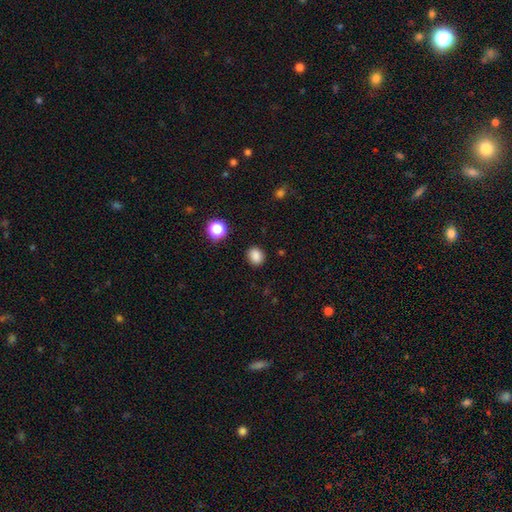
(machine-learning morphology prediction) smooth_or_featured: smooth (p=0.84) [alt: star or artifact p=0.12]
how_rounded: round (p=0.66) [alt: in between p=0.33]
merging: none (p=0.87) [alt: minor disturbance p=0.09]